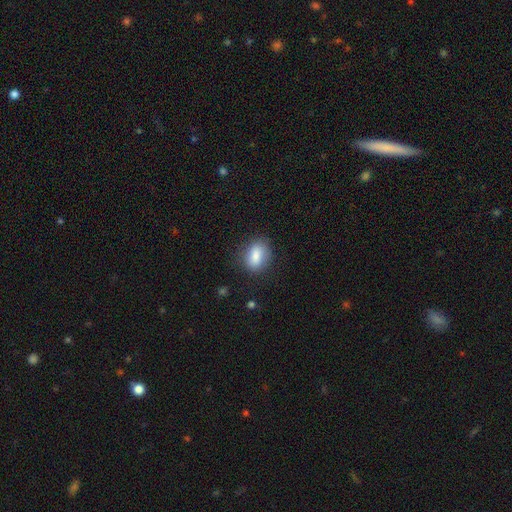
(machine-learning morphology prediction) Smooth or featured: smooth — 83% (featured or disk — 9%)
How rounded: in between — 73% (round — 25%)
Merging: none — 80% (minor disturbance — 14%)